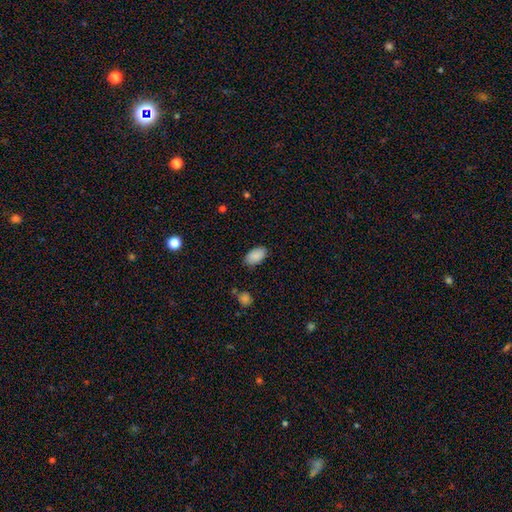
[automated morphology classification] Smooth or featured: smooth — 88% (star or artifact — 7%)
How rounded: in between — 94% (round — 4%)
Merging: none — 84% (minor disturbance — 12%)